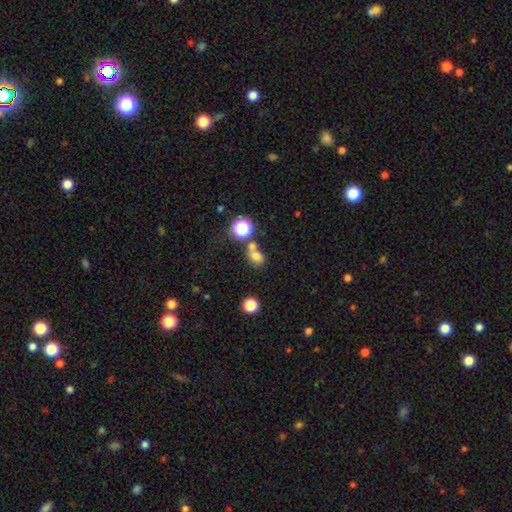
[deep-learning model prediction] Overall: smooth (71%). How rounded: round (54%; in between 45%). Merging: none (43%; merger 40%).